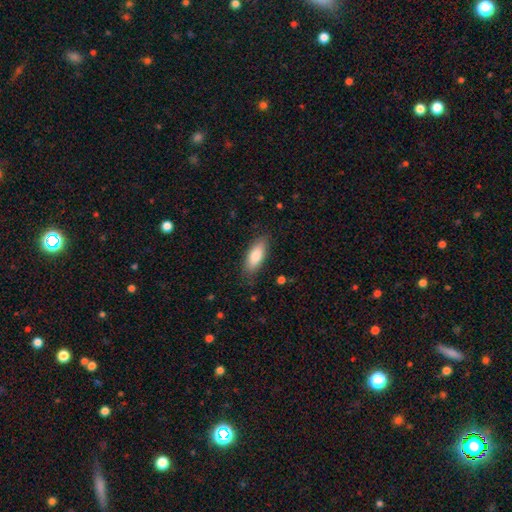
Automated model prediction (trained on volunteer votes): Smooth or featured? Predicted: smooth (p=0.82). How rounded? Predicted: in between (p=0.77). Merging? Predicted: none (p=0.84).